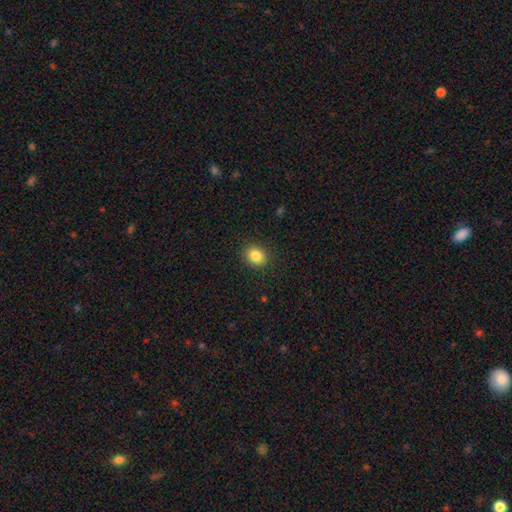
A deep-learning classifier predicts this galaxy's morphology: Smooth or featured?
  - smooth: 85% *
  - star or artifact: 10%
  - featured or disk: 5%
How rounded?
  - round: 61% *
  - in between: 38%
  - cigar-shaped: 1%
Merging?
  - none: 90% *
  - minor disturbance: 7%
  - major disturbance: 2%
  - merger: 1%